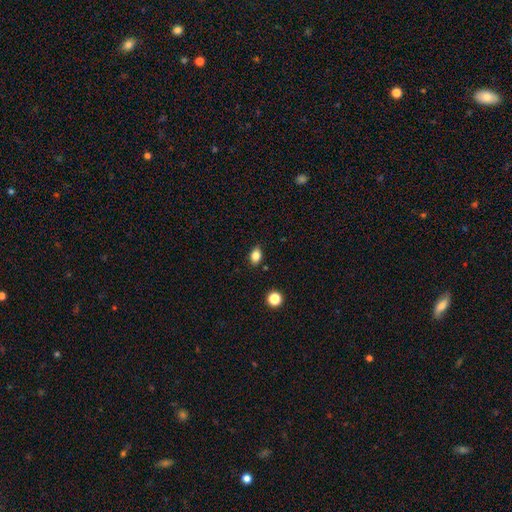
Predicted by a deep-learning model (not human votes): A smooth galaxy with no disk features (84%) that is in between round and cigar-shaped (78%).

Vote fractions:
- Smooth or featured? smooth: 84% / star or artifact: 10% / featured or disk: 6%
- How rounded? in between: 78% / round: 21% / cigar-shaped: 2%
- Merging? none: 84% / minor disturbance: 11% / major disturbance: 2% / merger: 2%